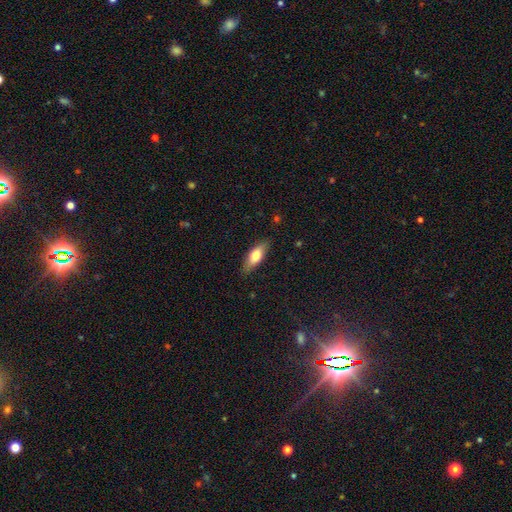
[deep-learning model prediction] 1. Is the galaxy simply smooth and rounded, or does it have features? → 66% smooth, 28% featured or disk, 6% star or artifact.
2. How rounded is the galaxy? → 62% in between, 35% cigar-shaped, 3% round.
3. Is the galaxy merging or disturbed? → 86% none, 11% minor disturbance, 2% major disturbance, 1% merger.